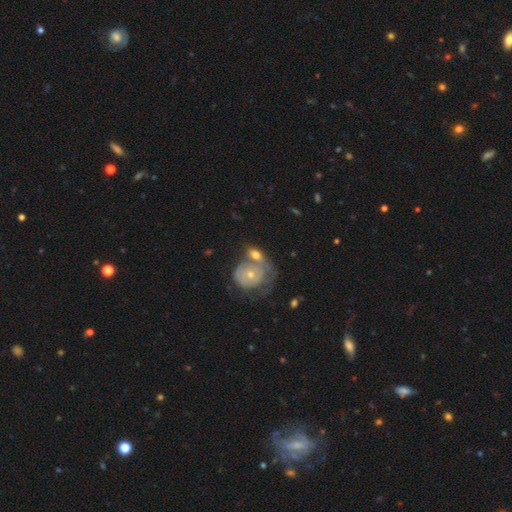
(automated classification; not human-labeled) This is possibly a featured or disk galaxy (58%). It is clearly not viewed edge-on (94%). Bar: clearly no (86%). Spiral arm pattern: possibly no (52%). Central bulge: possibly small (57%). Merging: marginally merger (44%).